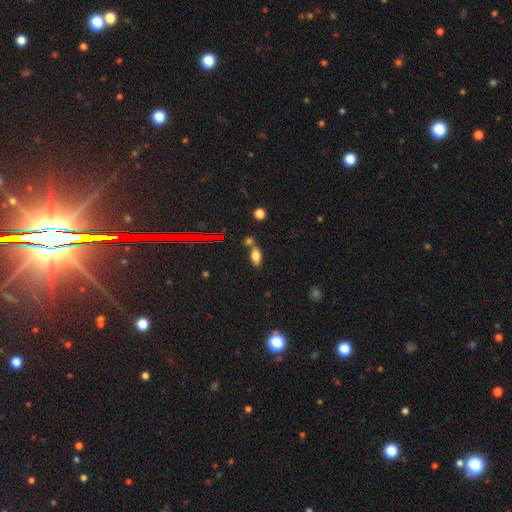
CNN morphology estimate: Overall: smooth (73%). How rounded: in between (86%). Merging: none (59%; merger 25%).